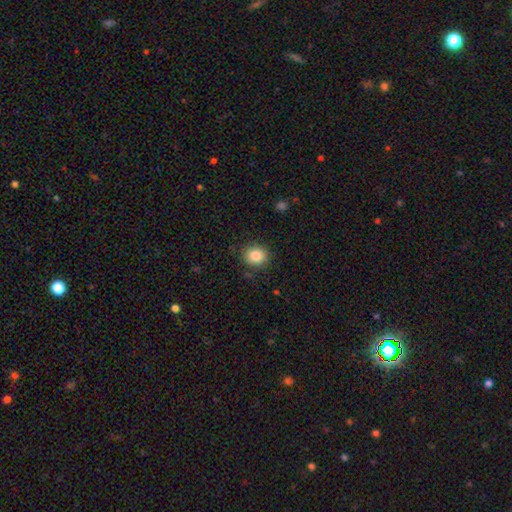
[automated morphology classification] smooth_or_featured: smooth (p=0.84) [alt: star or artifact p=0.10]
how_rounded: round (p=0.81) [alt: in between p=0.19]
merging: none (p=0.86) [alt: minor disturbance p=0.10]